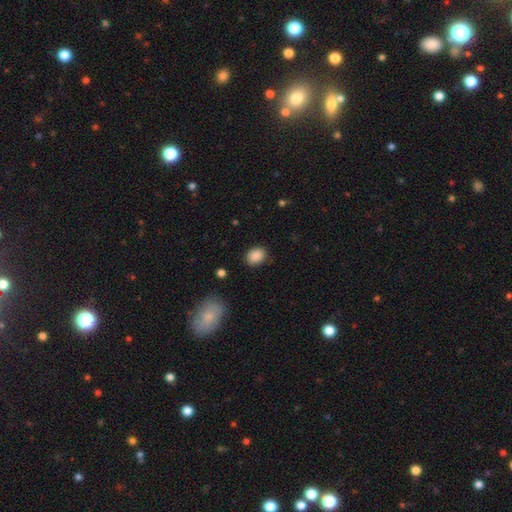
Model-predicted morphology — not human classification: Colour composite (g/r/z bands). It shows a smooth galaxy with no disk features (88%) that is in between round and cigar-shaped (54%). Merging: none (85%).